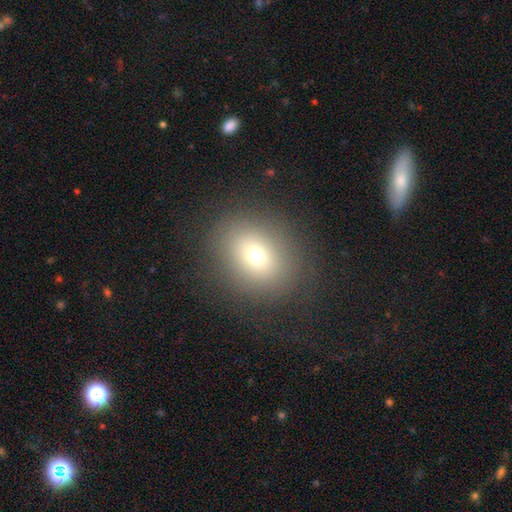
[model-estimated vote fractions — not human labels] A smooth galaxy with no disk features (69%) that is round (64%).

Vote fractions:
- Smooth or featured? smooth: 69% / star or artifact: 16% / featured or disk: 15%
- How rounded? round: 64% / in between: 35% / cigar-shaped: 1%
- Merging? none: 83% / minor disturbance: 9% / major disturbance: 6% / merger: 1%